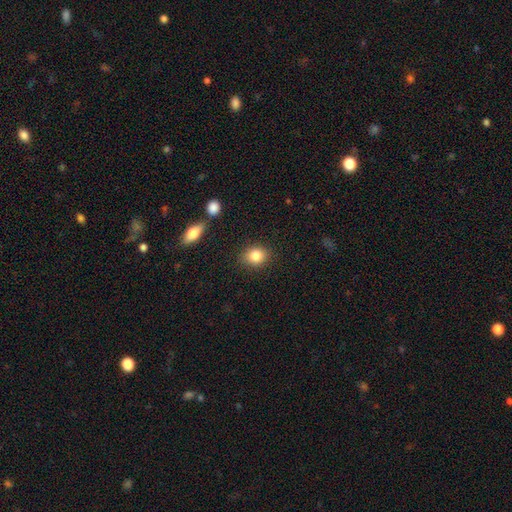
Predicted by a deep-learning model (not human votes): smooth-or-featured: smooth: 84% | star or artifact: 10% | featured or disk: 6%
  how-rounded: round: 61% | in between: 37% | cigar-shaped: 1%
  merging: none: 86% | minor disturbance: 10% | major disturbance: 3% | merger: 2%